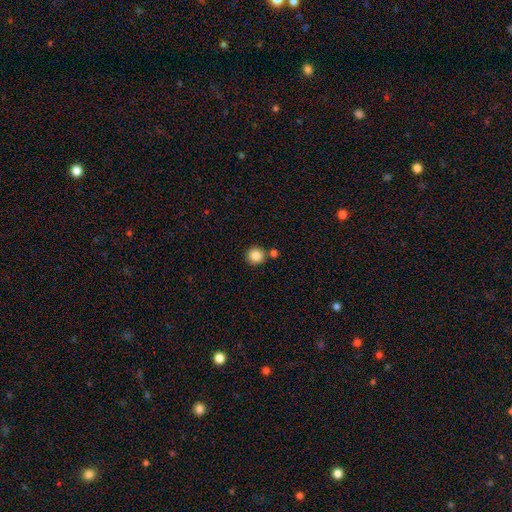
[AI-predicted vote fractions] Smooth or featured? smooth (85%)
How rounded? round (94%)
Merging? none (77%)